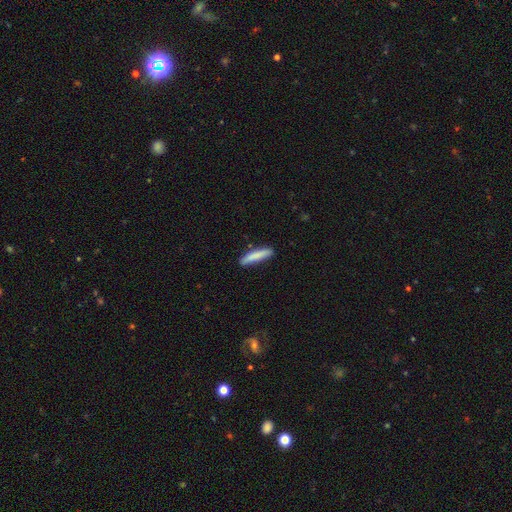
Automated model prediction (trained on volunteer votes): This appears to be a smooth galaxy with no disk features (83%) that is cigar-shaped (88%). Merging: none (84%).